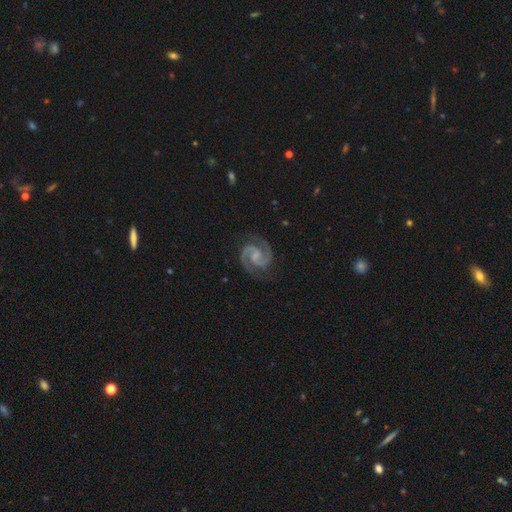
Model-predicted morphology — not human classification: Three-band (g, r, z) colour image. It shows a featured or disk galaxy (94%) with a weak bar (46%), 2 (95%) medium (59%) spiral arms (99%) and no central bulge (42%). Merging: none (84%).